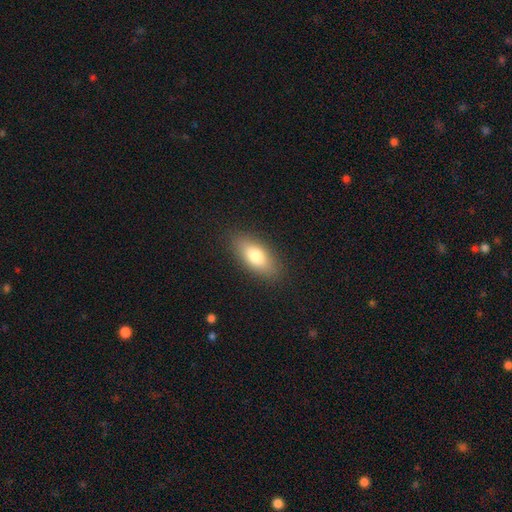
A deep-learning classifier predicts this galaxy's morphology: A smooth galaxy with no disk features (76%) that is in between round and cigar-shaped (83%). Merging: none (87%).